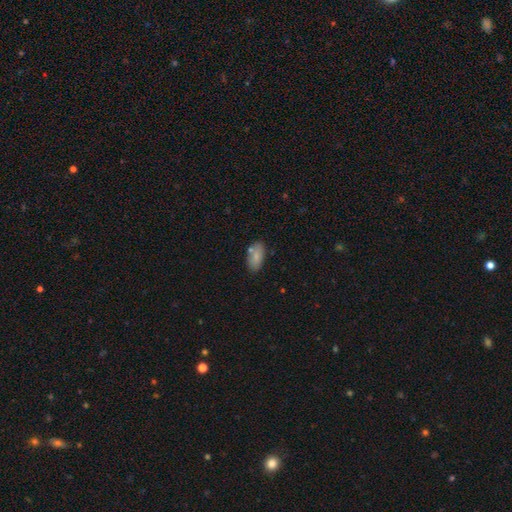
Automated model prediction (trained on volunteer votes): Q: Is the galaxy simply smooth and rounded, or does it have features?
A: smooth — 81%.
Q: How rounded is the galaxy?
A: in between — 92%.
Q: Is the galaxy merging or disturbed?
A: none — 72%.